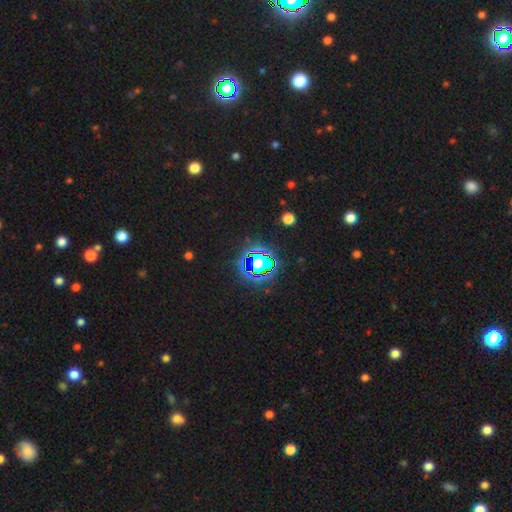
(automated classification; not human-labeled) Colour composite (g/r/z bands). It shows a star or artifact, not a galaxy (74%).